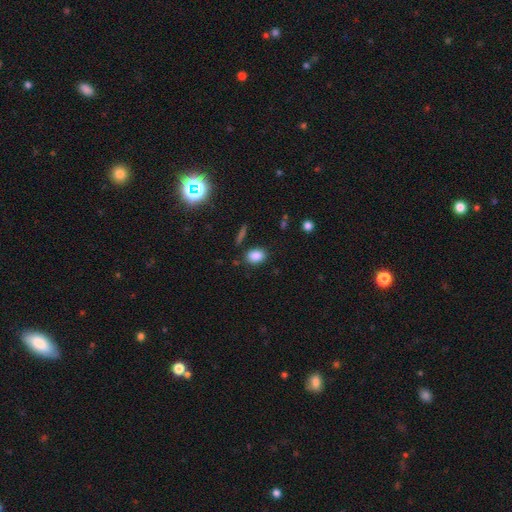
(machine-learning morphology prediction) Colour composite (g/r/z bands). It shows a smooth galaxy with no disk features (85%) that is in between round and cigar-shaped (71%). Merging: none (81%).